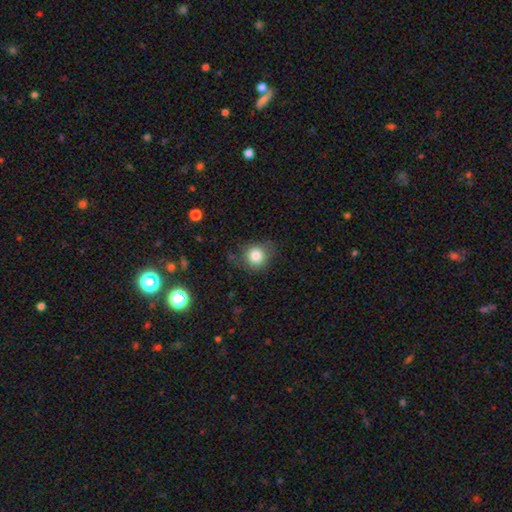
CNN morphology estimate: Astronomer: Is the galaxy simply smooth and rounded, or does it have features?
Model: smooth — 83%.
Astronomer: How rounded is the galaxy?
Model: round — 83%.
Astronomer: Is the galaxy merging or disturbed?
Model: none — 73%.